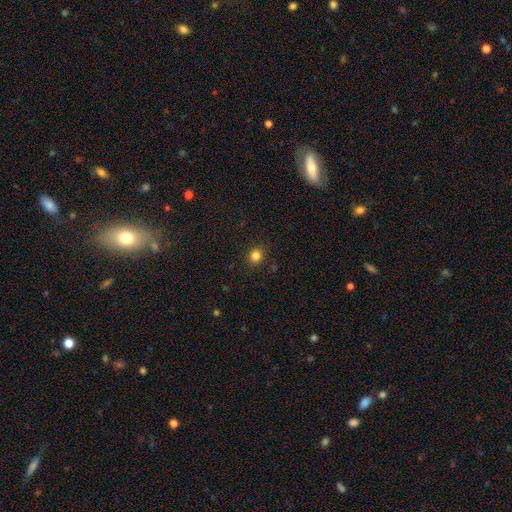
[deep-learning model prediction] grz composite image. It shows a smooth galaxy with no disk features (83%) that is round (83%). Merging: none (90%).